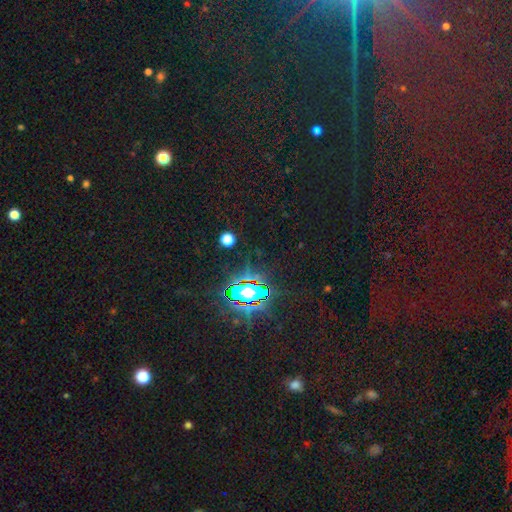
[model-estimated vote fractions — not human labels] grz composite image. It shows a star or artifact, not a galaxy (83%).